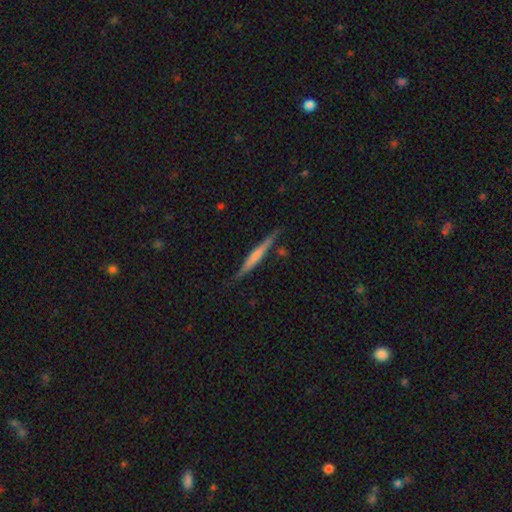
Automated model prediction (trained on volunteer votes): smooth_or_featured: featured or disk (p=0.48) [alt: smooth p=0.46]
merging: none (p=0.82) [alt: minor disturbance p=0.13]